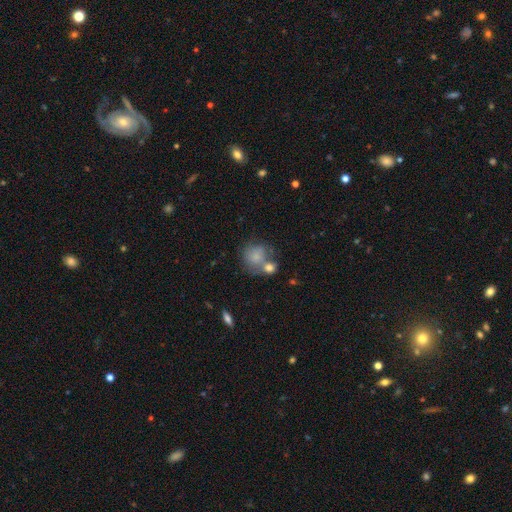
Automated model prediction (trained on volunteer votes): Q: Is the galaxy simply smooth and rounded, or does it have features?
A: smooth — 75%.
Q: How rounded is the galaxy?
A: round — 79%.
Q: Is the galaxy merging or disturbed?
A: merger — 41%.